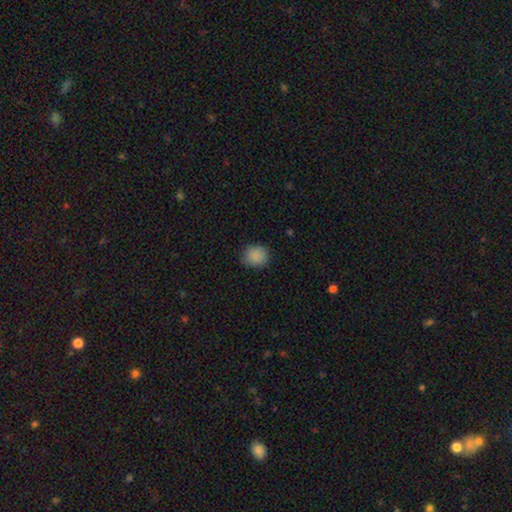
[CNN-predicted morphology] Smooth or featured: smooth — 87% (star or artifact — 9%)
How rounded: round — 76% (in between — 23%)
Merging: none — 84% (minor disturbance — 12%)